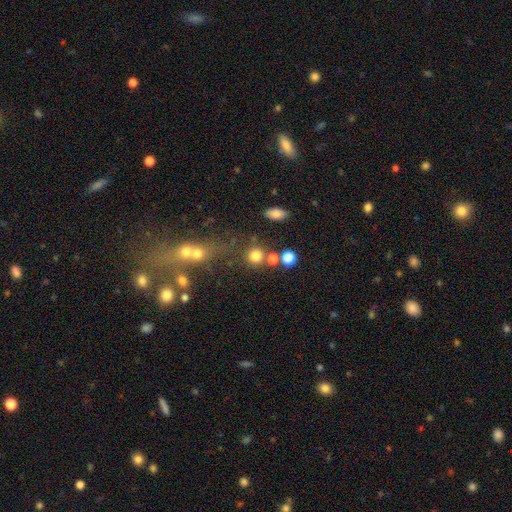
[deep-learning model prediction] smooth 76%, star or artifact 15%, featured or disk 9%. Down the decision tree: how rounded — round (88%); merging — none (65%).